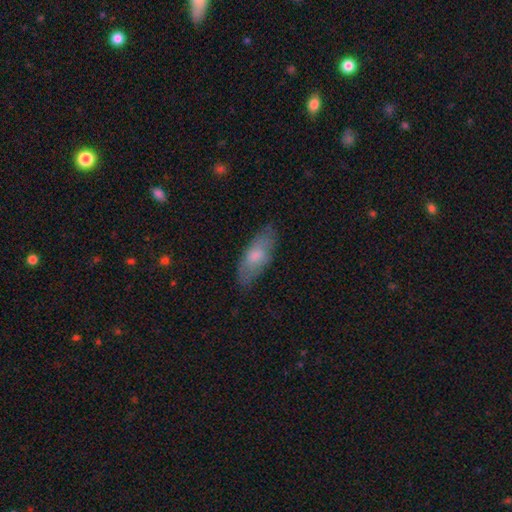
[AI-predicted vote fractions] Smooth or featured? smooth (68%)
How rounded? in between (75%)
Merging? none (76%)